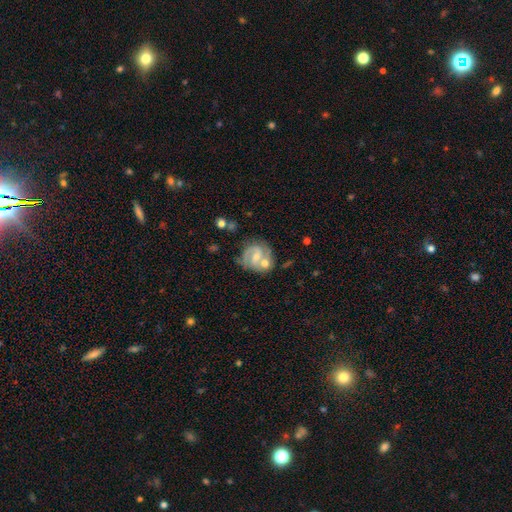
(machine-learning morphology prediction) Smooth or featured? featured or disk (70%)
Edge-on disk? no (98%)
Bar? weak (48%)
Spiral arms? yes (85%)
Spiral winding? medium (49%)
Spiral arm count? 2 (75%)
Bulge size? moderate (48%)
Merging? none (43%)